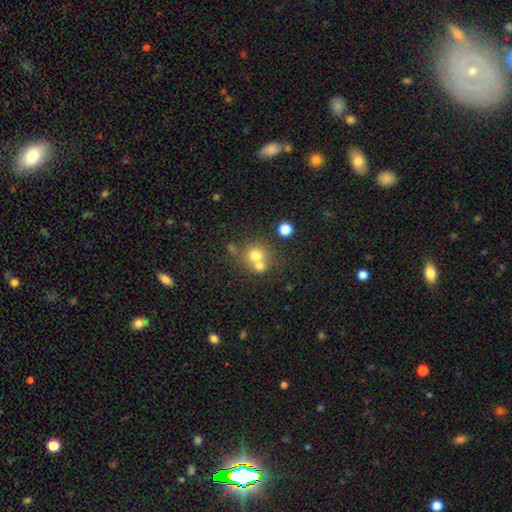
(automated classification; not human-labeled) Smooth or featured: smooth — 70% (featured or disk — 15%)
How rounded: round — 87% (in between — 12%)
Merging: none — 46% (merger — 44%)